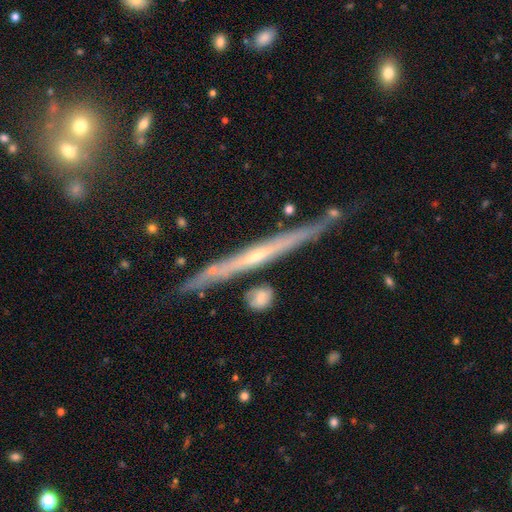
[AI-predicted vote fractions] The model was most divided on "edge-on bulge": rounded: 49%, none: 47%, boxy: 4%. More confident: edge-on disk — yes (97%); merging — none (81%); smooth or featured — featured or disk (79%).